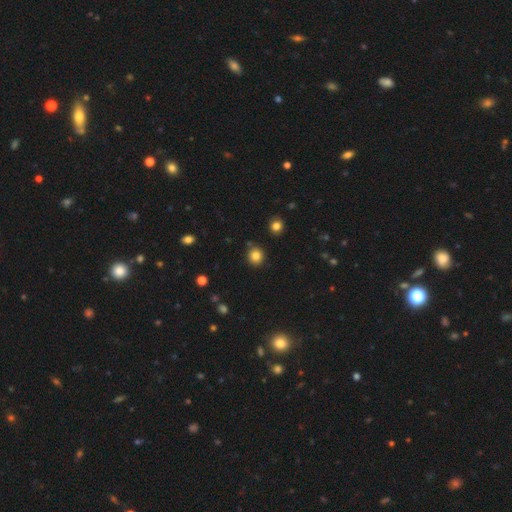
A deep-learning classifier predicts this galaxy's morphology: This appears to be a smooth galaxy with no disk features (82%) that is round (88%). Merging: none (86%).